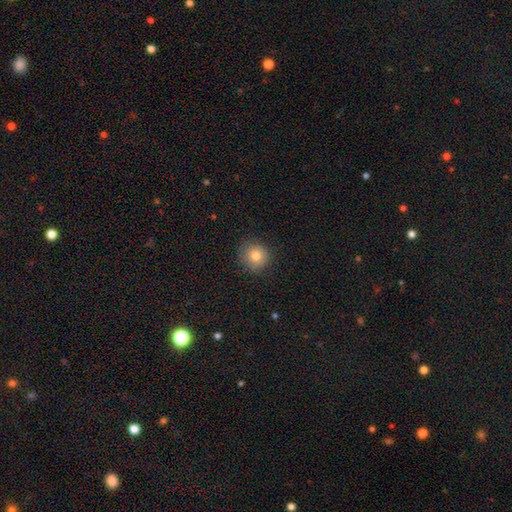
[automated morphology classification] Overall: smooth (79%). How rounded: round (90%). Merging: none (83%).